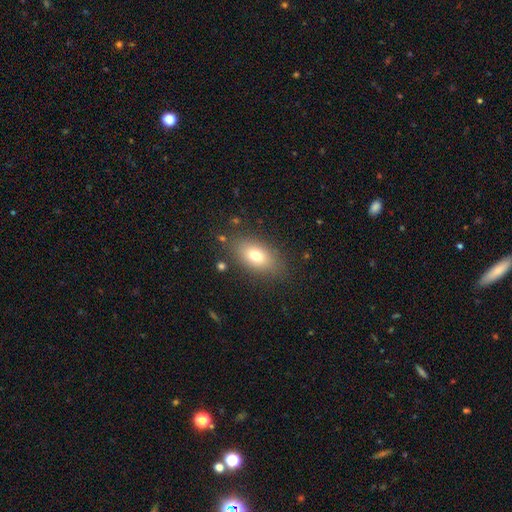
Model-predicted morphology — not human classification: Smooth or featured?
  - smooth: 74% *
  - featured or disk: 16%
  - star or artifact: 10%
How rounded?
  - in between: 85% *
  - round: 10%
  - cigar-shaped: 5%
Merging?
  - none: 82% *
  - minor disturbance: 12%
  - major disturbance: 5%
  - merger: 2%